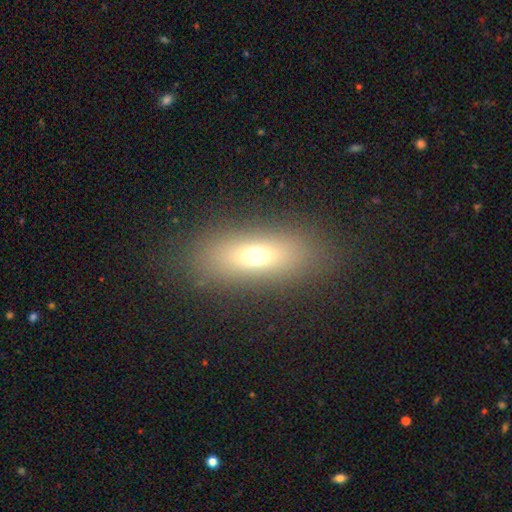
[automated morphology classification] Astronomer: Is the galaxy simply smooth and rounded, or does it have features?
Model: smooth — 65%.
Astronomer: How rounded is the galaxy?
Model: in between — 63%.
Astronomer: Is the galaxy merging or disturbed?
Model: none — 86%.